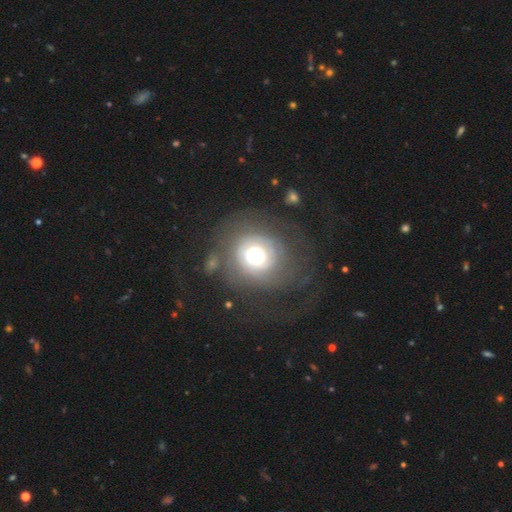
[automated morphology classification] Smooth or featured? featured or disk (62%)
Edge-on disk? no (97%)
Bar? no (84%)
Spiral arms? yes (74%)
Bulge size? moderate (44%)
Merging? none (57%)